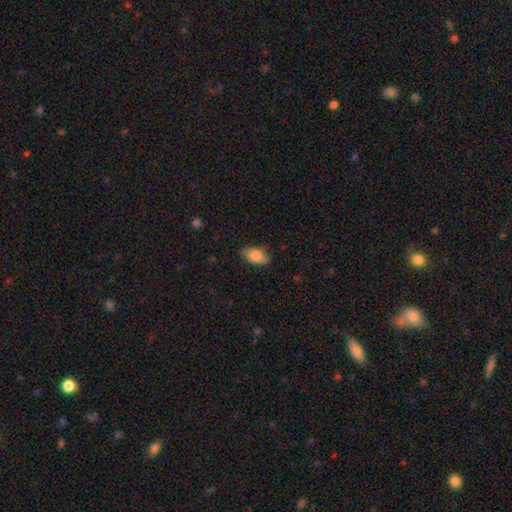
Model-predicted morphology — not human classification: Q: Smooth or featured?
A: smooth (82%); runner-up: featured or disk (11%)
Q: How rounded?
A: in between (91%); runner-up: round (7%)
Q: Merging?
A: none (73%); runner-up: minor disturbance (21%)